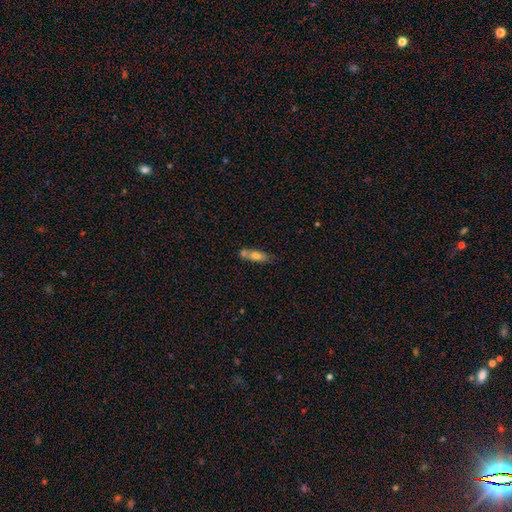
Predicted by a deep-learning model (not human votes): A smooth galaxy with no disk features (64%) that is in between round and cigar-shaped (56%).

Vote fractions:
- Smooth or featured? smooth: 64% / featured or disk: 28% / star or artifact: 8%
- How rounded? in between: 56% / cigar-shaped: 40% / round: 4%
- Merging? none: 47% / merger: 32% / minor disturbance: 16% / major disturbance: 5%